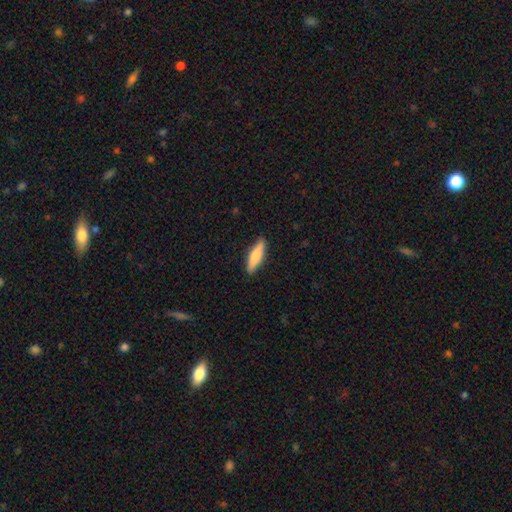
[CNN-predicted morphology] smooth-or-featured: smooth: 71% | featured or disk: 24% | star or artifact: 5%
  how-rounded: cigar-shaped: 71% | in between: 27% | round: 2%
  merging: none: 89% | minor disturbance: 8% | major disturbance: 2% | merger: 1%